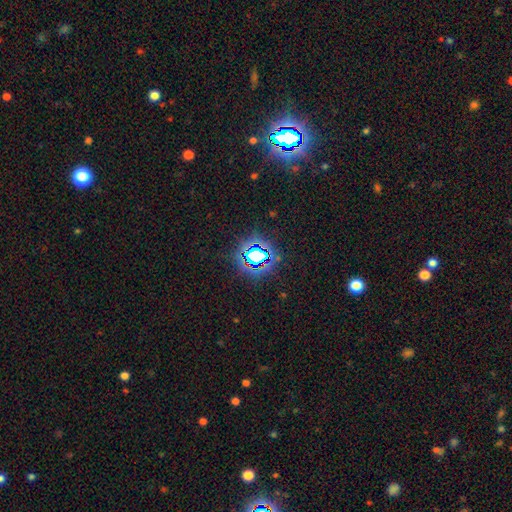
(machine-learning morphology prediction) Smooth or featured? Predicted: star or artifact (p=0.67).